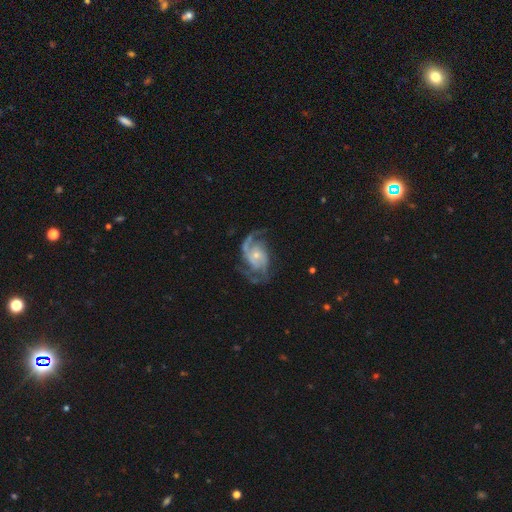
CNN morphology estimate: This appears to be a featured or disk galaxy (89%) with no bar (67%), 2 (64%) medium (53%) spiral arms (97%) and a small central bulge (65%). Merging: none (64%).